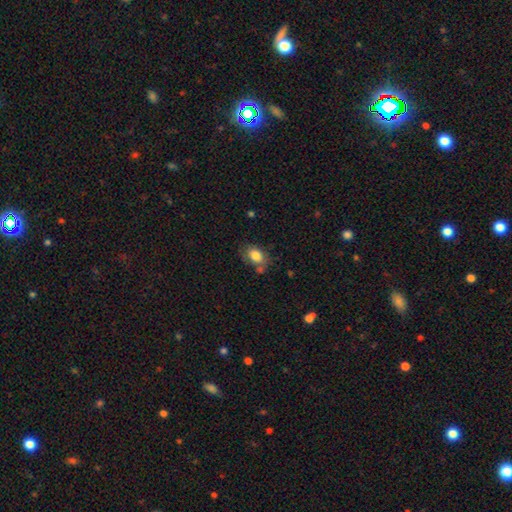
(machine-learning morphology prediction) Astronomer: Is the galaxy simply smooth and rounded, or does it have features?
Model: smooth — 82%.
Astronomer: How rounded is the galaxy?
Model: in between — 81%.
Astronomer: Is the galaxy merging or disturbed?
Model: none — 60%.